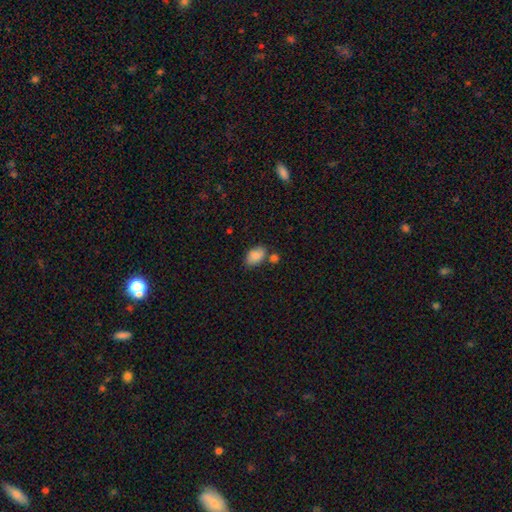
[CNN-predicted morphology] smooth_or_featured: smooth (p=0.85) [alt: star or artifact p=0.08]
how_rounded: in between (p=0.90) [alt: round p=0.08]
merging: none (p=0.62) [alt: minor disturbance p=0.18]